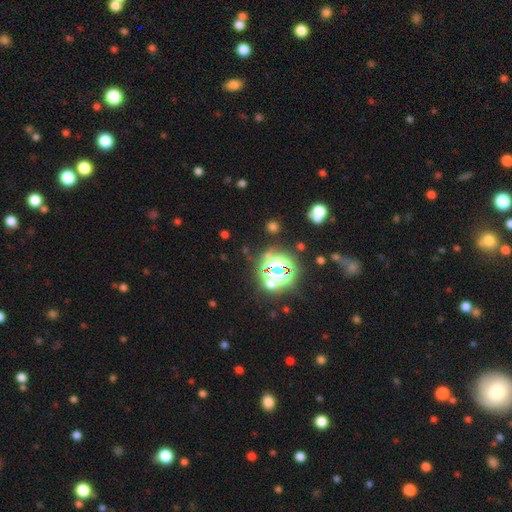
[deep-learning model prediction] Smooth or featured? star or artifact (79%)